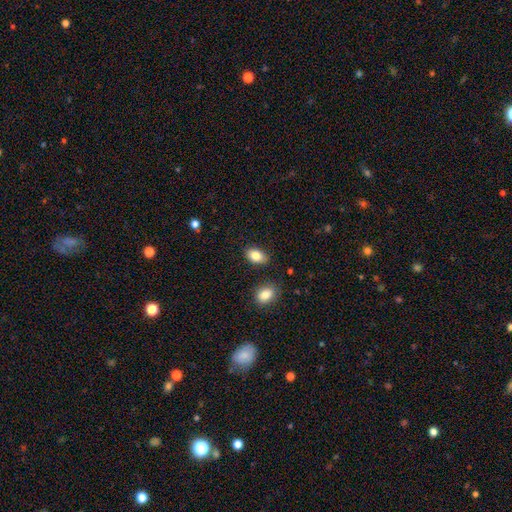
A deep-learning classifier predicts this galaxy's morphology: Smooth or featured: smooth — 84% (star or artifact — 8%)
How rounded: in between — 88% (round — 10%)
Merging: none — 82% (minor disturbance — 12%)